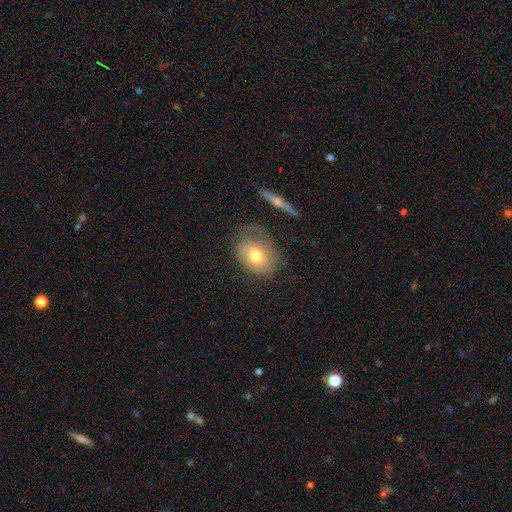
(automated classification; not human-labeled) A smooth galaxy with no disk features (68%) that is in between round and cigar-shaped (58%). Merging: none (61%).